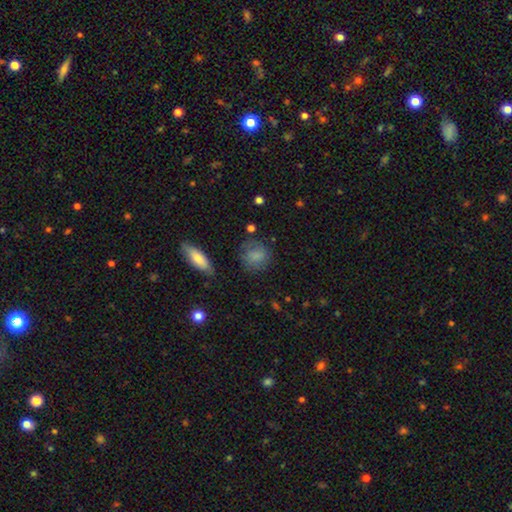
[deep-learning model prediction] The model was most divided on "merging": none: 70%, minor disturbance: 19%, major disturbance: 8%, merger: 3%. More confident: how rounded — round (79%); smooth or featured — smooth (76%).